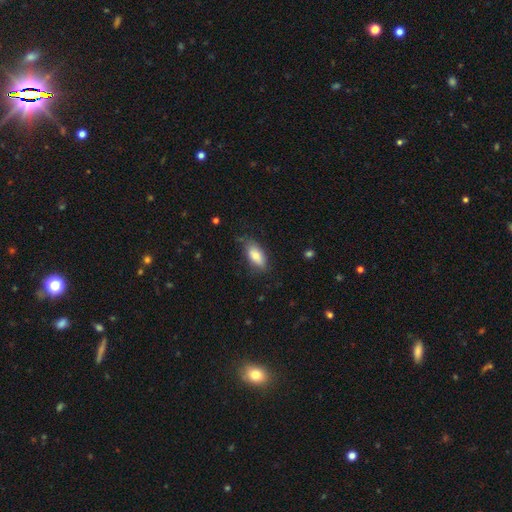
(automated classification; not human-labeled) smooth-or-featured: smooth: 77% | featured or disk: 17% | star or artifact: 7%
  how-rounded: in between: 86% | cigar-shaped: 11% | round: 3%
  merging: none: 66% | minor disturbance: 25% | major disturbance: 7% | merger: 2%